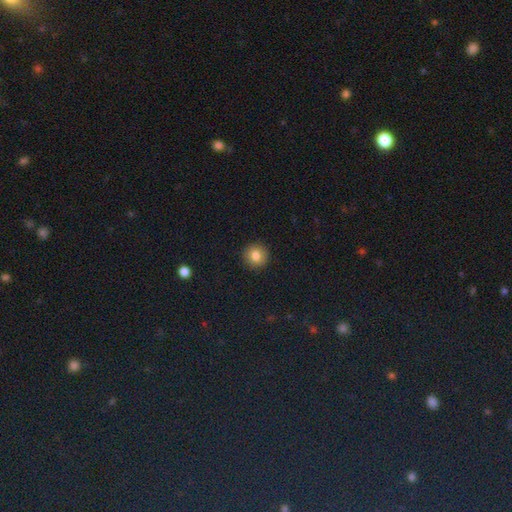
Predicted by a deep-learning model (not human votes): A smooth galaxy with no disk features (82%) that is round (94%). Merging: none (92%).